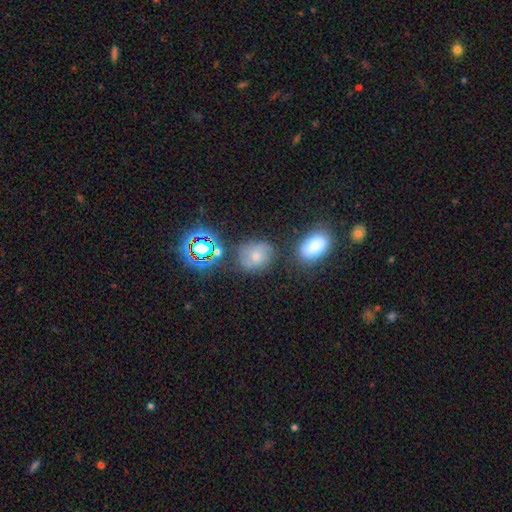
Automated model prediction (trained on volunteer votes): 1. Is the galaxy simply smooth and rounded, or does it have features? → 55% smooth, 25% featured or disk, 20% star or artifact.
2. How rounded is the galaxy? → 54% round, 44% in between, 1% cigar-shaped.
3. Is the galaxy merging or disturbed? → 62% none, 22% minor disturbance, 8% major disturbance, 8% merger.